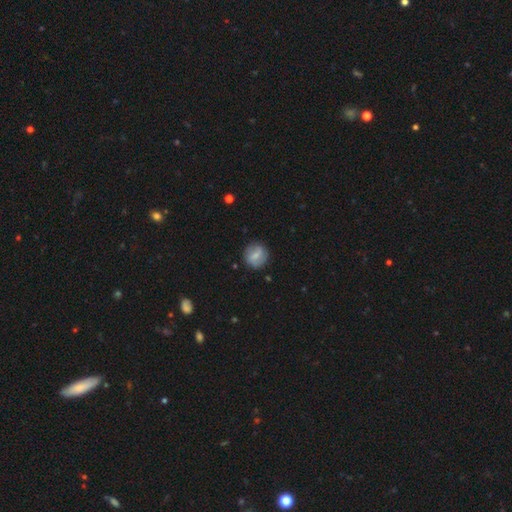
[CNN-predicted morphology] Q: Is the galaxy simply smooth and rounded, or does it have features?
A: smooth — 61%.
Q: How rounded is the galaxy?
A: round — 86%.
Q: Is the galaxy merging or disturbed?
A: none — 82%.